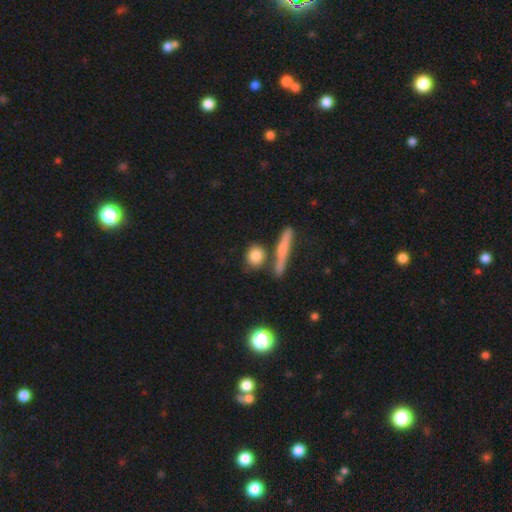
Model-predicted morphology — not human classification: smooth_or_featured: smooth (p=0.80) [alt: featured or disk p=0.12]
how_rounded: round (p=0.64) [alt: in between p=0.23]
merging: none (p=0.72) [alt: merger p=0.13]